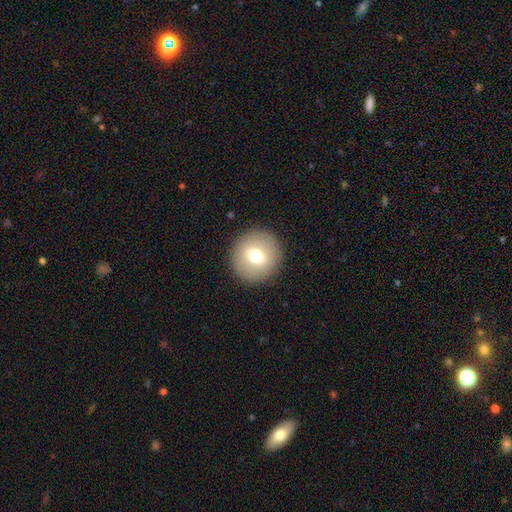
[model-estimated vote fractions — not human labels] Morphology: type=smooth (68%); roundness=round (93%); merging=none (91%).